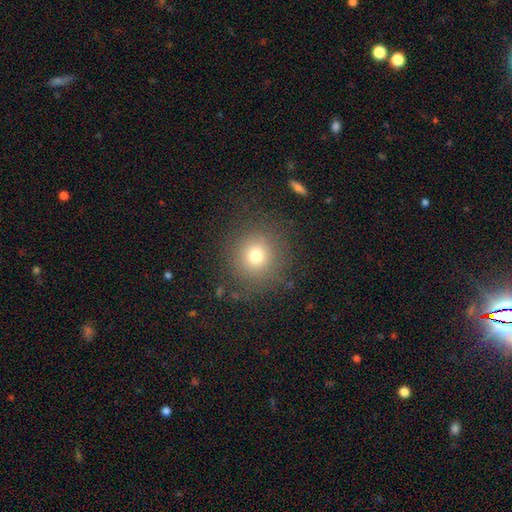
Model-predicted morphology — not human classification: Smooth or featured? smooth (74%)
How rounded? round (91%)
Merging? none (85%)